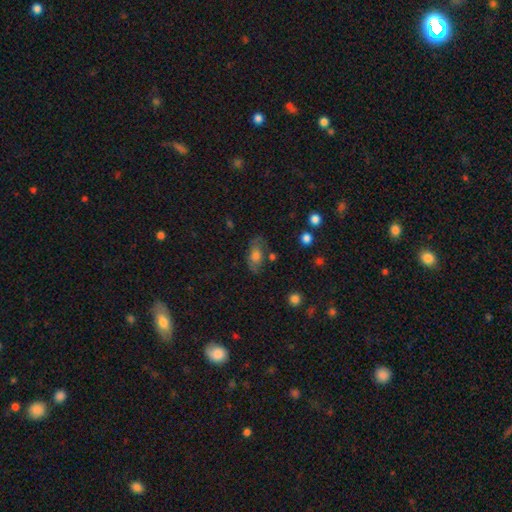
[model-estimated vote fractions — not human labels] smooth-or-featured: smooth: 59% | featured or disk: 30% | star or artifact: 10%
  how-rounded: in between: 84% | round: 13% | cigar-shaped: 4%
  merging: none: 61% | minor disturbance: 23% | major disturbance: 11% | merger: 5%